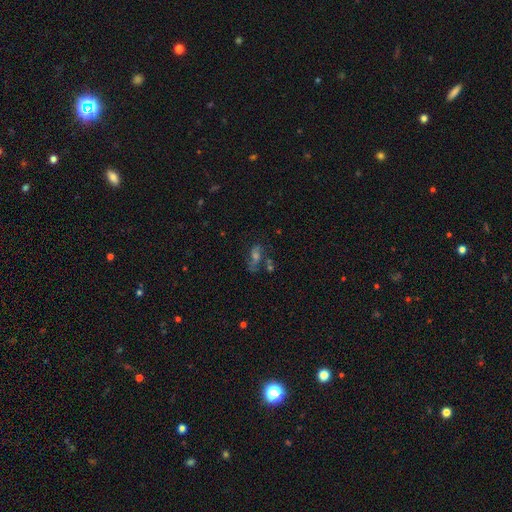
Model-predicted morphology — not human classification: Q: Smooth or featured?
A: featured or disk (50%); runner-up: smooth (27%)
Q: Edge-on disk?
A: no (90%); runner-up: yes (10%)
Q: Merging?
A: none (55%); runner-up: minor disturbance (18%)